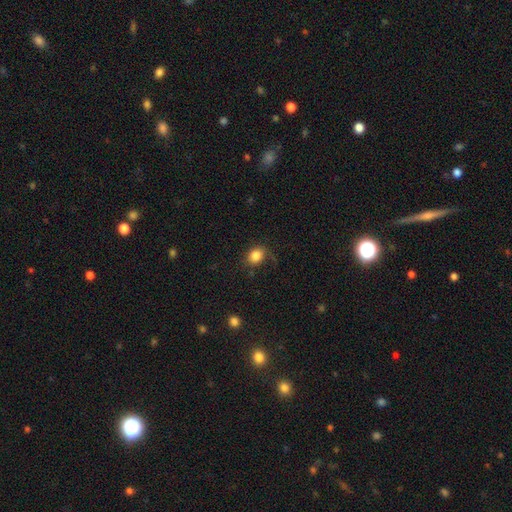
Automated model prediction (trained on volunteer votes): This appears to be a smooth galaxy with no disk features (84%) that is in between round and cigar-shaped (52%). Merging: none (73%).